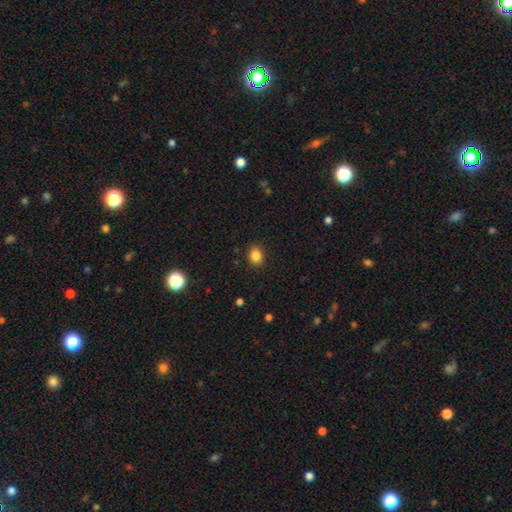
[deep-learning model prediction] smooth_or_featured: smooth (p=0.85) [alt: star or artifact p=0.11]
how_rounded: round (p=0.52) [alt: in between p=0.47]
merging: none (p=0.89) [alt: minor disturbance p=0.08]